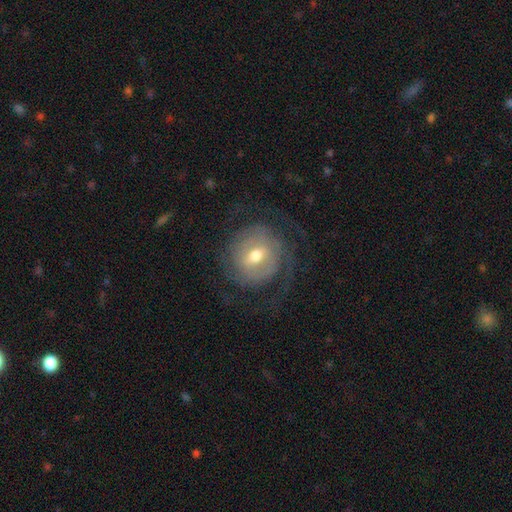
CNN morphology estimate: type=featured or disk (76%); edge-on=no (97%); bar=weak (51%); spiral arms=yes (86%); winding=tight (48%); arm count=2 (41%); bulge=moderate (68%); merging=none (71%).